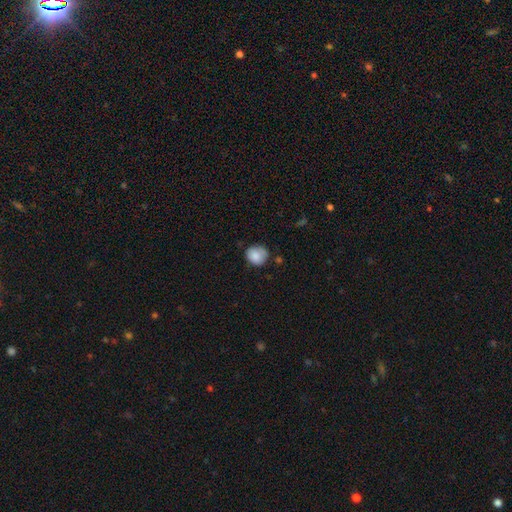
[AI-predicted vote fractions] Overall: smooth (85%). How rounded: round (81%). Merging: none (65%; minor disturbance 27%).